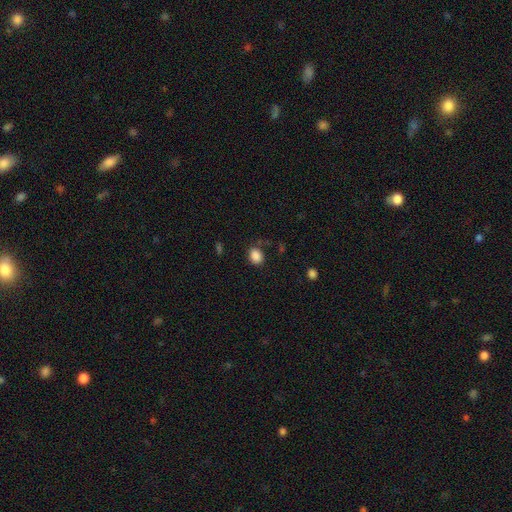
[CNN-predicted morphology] This appears to be a smooth galaxy with no disk features (87%) that is in between round and cigar-shaped (51%). Merging: none (80%).